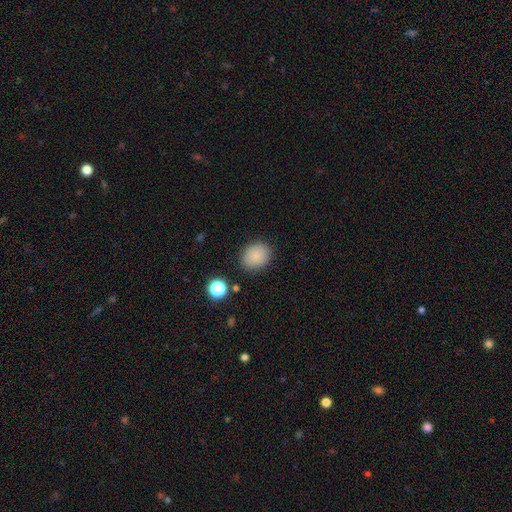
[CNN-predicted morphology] smooth 84%, star or artifact 10%, featured or disk 6%. Down the decision tree: how rounded — round (61%); merging — none (85%).